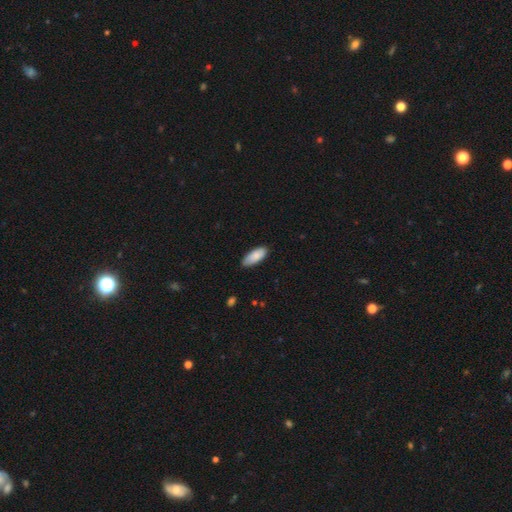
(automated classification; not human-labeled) Smooth or featured? smooth (86%)
How rounded? in between (85%)
Merging? none (83%)